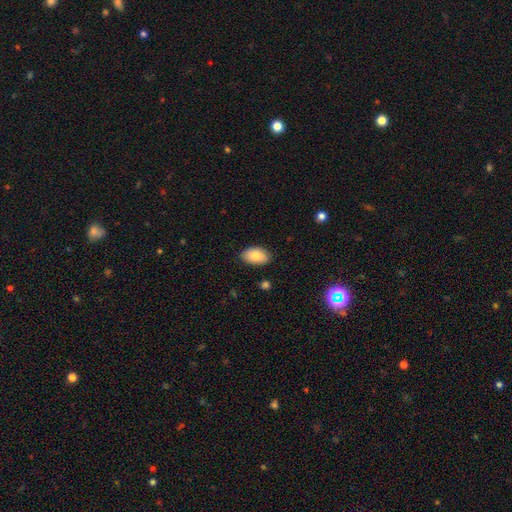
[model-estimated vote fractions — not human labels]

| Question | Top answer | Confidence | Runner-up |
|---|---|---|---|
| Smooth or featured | smooth | 84% | featured or disk (10%) |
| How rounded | in between | 93% | round (6%) |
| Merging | none | 84% | minor disturbance (13%) |